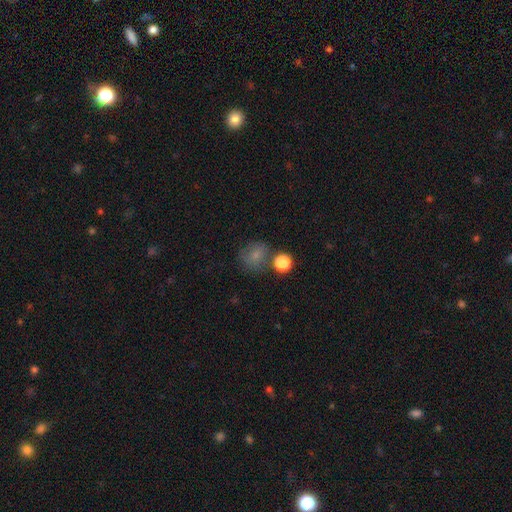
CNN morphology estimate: The model was most divided on "merging": none: 61%, minor disturbance: 17%, merger: 14%, major disturbance: 8%. More confident: smooth or featured — smooth (76%); how rounded — round (75%).